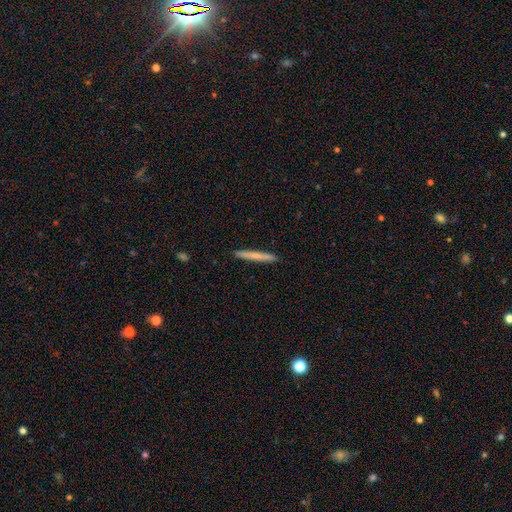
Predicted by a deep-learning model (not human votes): smooth 69%, featured or disk 25%, star or artifact 6%. Down the decision tree: how rounded — cigar-shaped (96%); merging — none (92%).